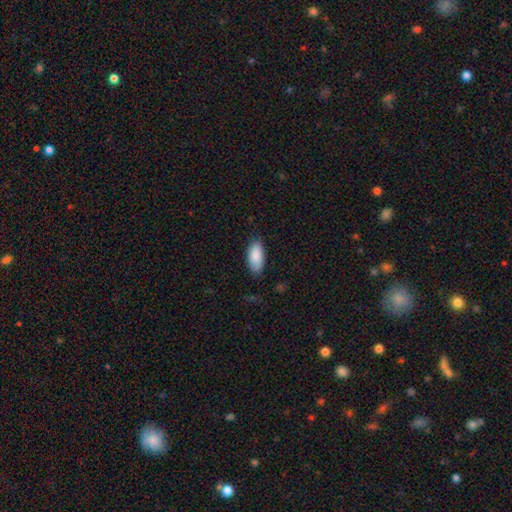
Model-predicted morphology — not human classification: This appears to be a smooth galaxy with no disk features (89%) that is in between round and cigar-shaped (89%). Merging: none (81%).